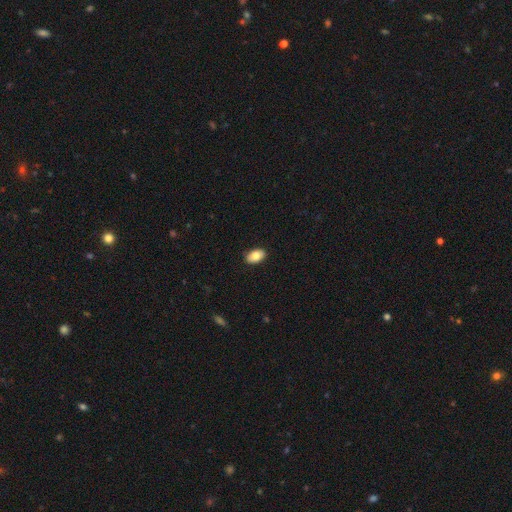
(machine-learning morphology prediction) This appears to be a smooth galaxy with no disk features (81%) that is in between round and cigar-shaped (92%). Merging: none (89%).